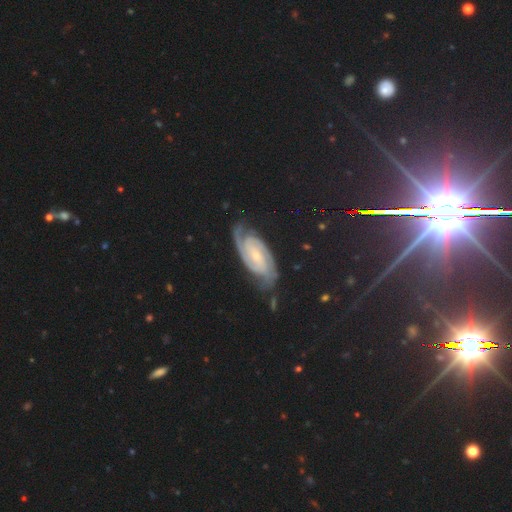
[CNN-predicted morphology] type=featured or disk (83%); edge-on=no (96%); bar=no (45%); spiral arms=yes (98%); winding=tight (69%); arm count=2 (73%); bulge=small (72%); merging=none (76%).